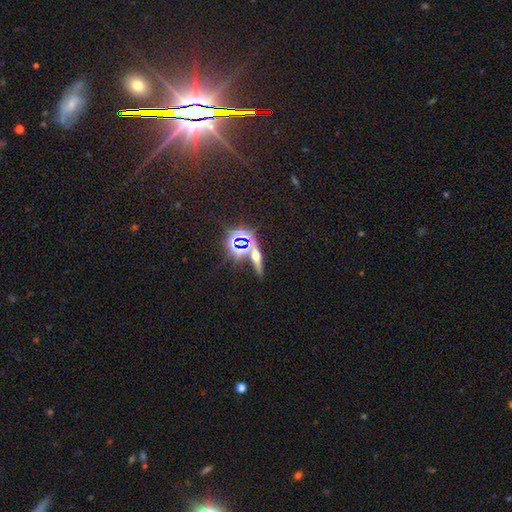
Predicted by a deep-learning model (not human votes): smooth-or-featured: featured or disk: 39% | star or artifact: 33% | smooth: 28%
  merging: none: 72% | merger: 13% | minor disturbance: 10% | major disturbance: 5%